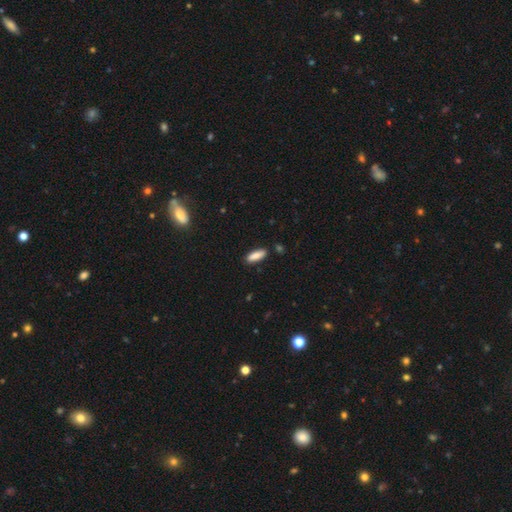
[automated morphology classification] smooth-or-featured: smooth: 85% | featured or disk: 8% | star or artifact: 6%
  how-rounded: in between: 63% | cigar-shaped: 35% | round: 2%
  merging: none: 86% | minor disturbance: 10% | major disturbance: 2% | merger: 2%